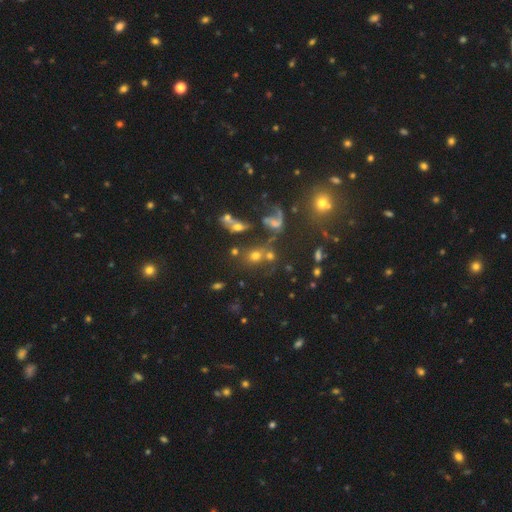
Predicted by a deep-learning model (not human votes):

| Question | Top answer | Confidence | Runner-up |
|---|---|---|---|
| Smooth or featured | smooth | 55% | star or artifact (28%) |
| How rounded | round | 76% | in between (22%) |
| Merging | none | 53% | merger (25%) |